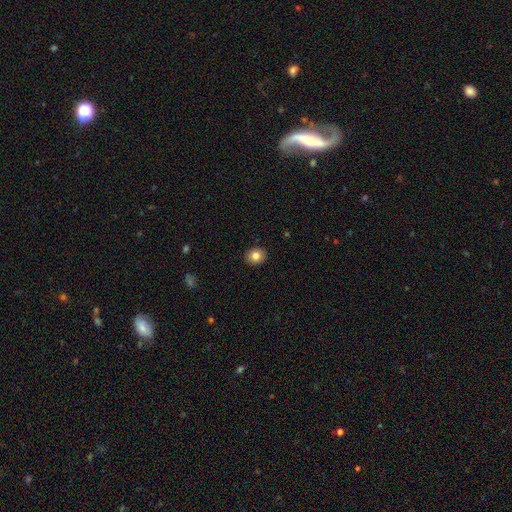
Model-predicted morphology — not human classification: A smooth galaxy with no disk features (83%) that is round (73%).

Vote fractions:
- Smooth or featured? smooth: 83% / star or artifact: 10% / featured or disk: 7%
- How rounded? round: 73% / in between: 26% / cigar-shaped: 1%
- Merging? none: 92% / minor disturbance: 6% / major disturbance: 2% / merger: 1%